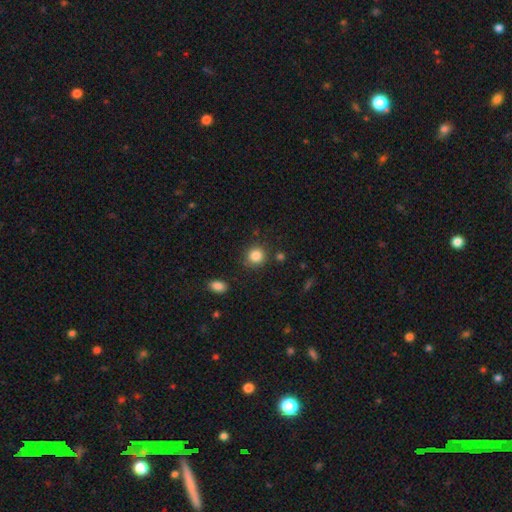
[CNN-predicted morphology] A smooth galaxy with no disk features (86%) that is round (90%).

Vote fractions:
- Smooth or featured? smooth: 86% / star or artifact: 10% / featured or disk: 4%
- How rounded? round: 90% / in between: 9% / cigar-shaped: 1%
- Merging? none: 85% / minor disturbance: 8% / merger: 4% / major disturbance: 3%